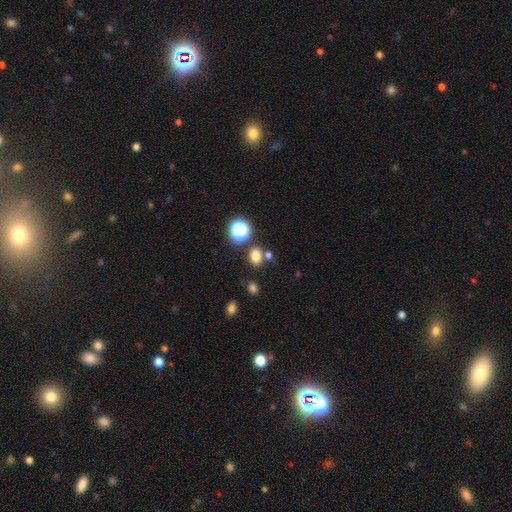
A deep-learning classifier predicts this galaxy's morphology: The model was most divided on "how rounded": in between: 59%, round: 40%, cigar-shaped: 1%. More confident: smooth or featured — smooth (76%); merging — none (72%).